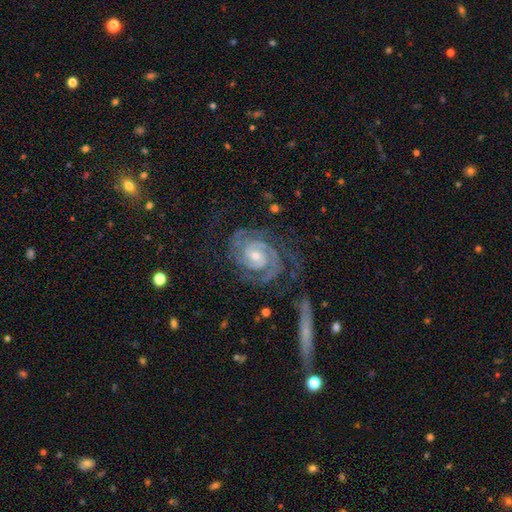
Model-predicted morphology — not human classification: Smooth or featured: featured or disk — 92% (star or artifact — 5%)
Edge-on disk: no — 97% (yes — 3%)
Bar: no — 51% (weak — 34%)
Spiral arms: yes — 99% (no — 1%)
Spiral winding: tight — 75% (medium — 22%)
Spiral arm count: 2 — 73% (3 — 12%)
Bulge size: small — 56% (moderate — 40%)
Merging: none — 68% (minor disturbance — 18%)